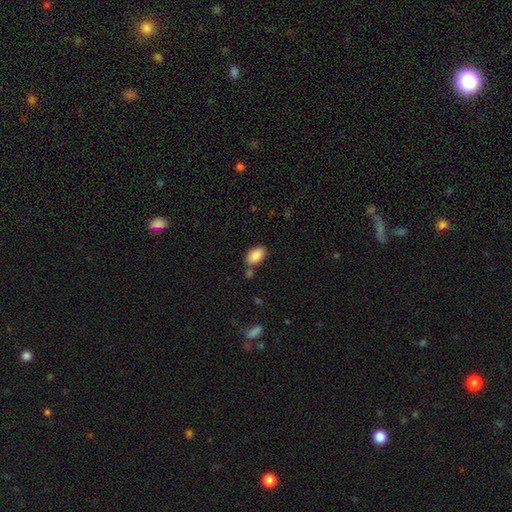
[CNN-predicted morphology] type=smooth (88%); roundness=in between (94%); merging=none (72%).